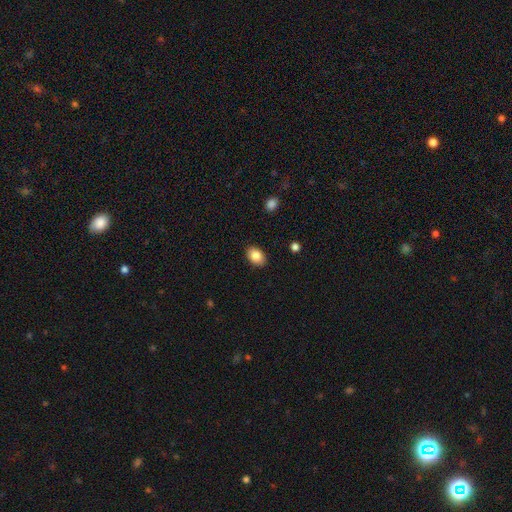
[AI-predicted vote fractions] This is clearly a smooth galaxy (86%). How rounded: clearly in between (82%). Merging: clearly none (88%).